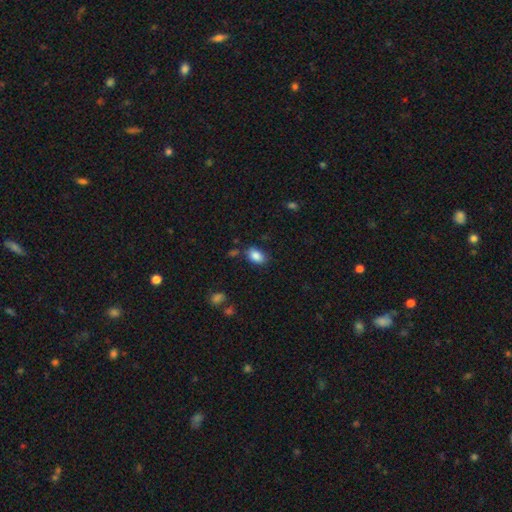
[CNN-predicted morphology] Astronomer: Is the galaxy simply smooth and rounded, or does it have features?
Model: smooth — 87%.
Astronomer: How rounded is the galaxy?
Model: in between — 88%.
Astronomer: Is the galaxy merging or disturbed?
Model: none — 79%.